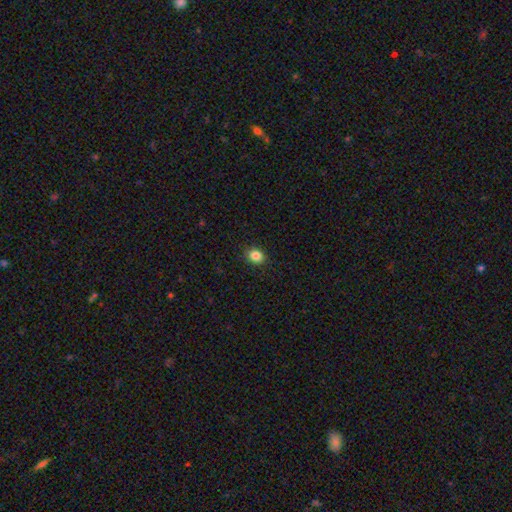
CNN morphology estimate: Smooth or featured? smooth (85%)
How rounded? round (54%)
Merging? none (89%)